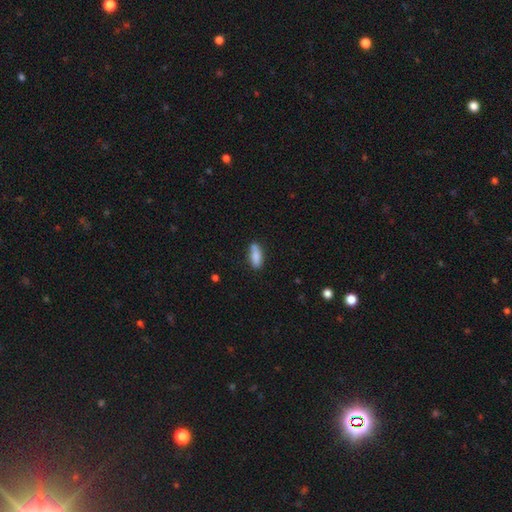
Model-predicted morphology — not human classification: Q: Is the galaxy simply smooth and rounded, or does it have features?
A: smooth — 84%.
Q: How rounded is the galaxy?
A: in between — 66%.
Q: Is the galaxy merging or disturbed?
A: none — 68%.